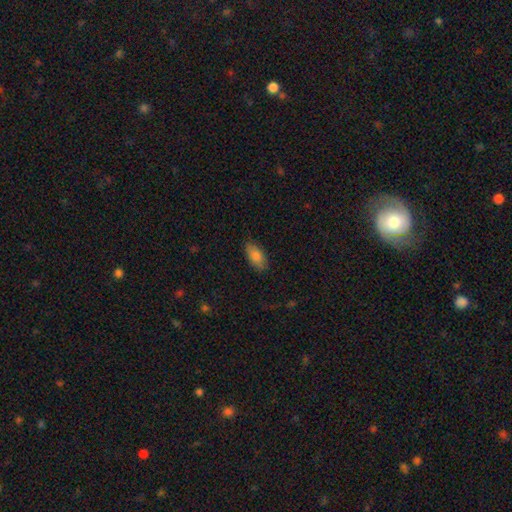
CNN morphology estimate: type=smooth (83%); roundness=in between (90%); merging=none (83%).